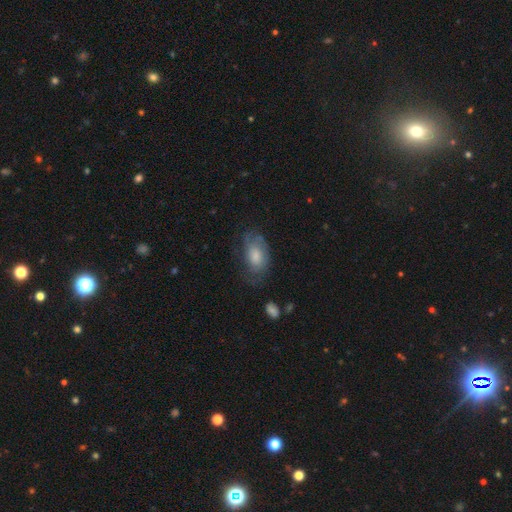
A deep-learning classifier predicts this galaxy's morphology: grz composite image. It shows a smooth galaxy with no disk features (60%) that is in between round and cigar-shaped (90%). Merging: none (56%).